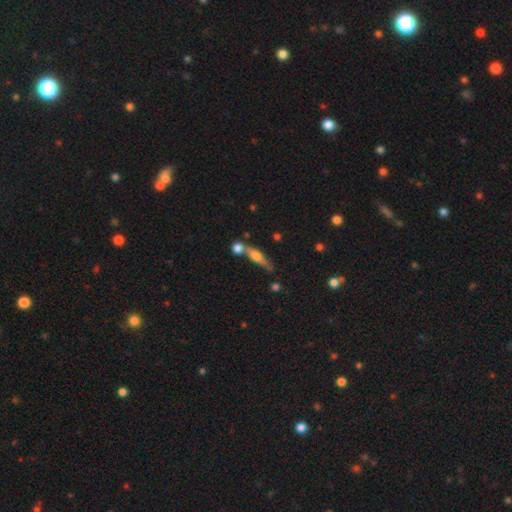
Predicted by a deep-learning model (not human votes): Q: Smooth or featured?
A: smooth (46%); runner-up: featured or disk (45%)
Q: Merging?
A: none (50%); runner-up: merger (27%)